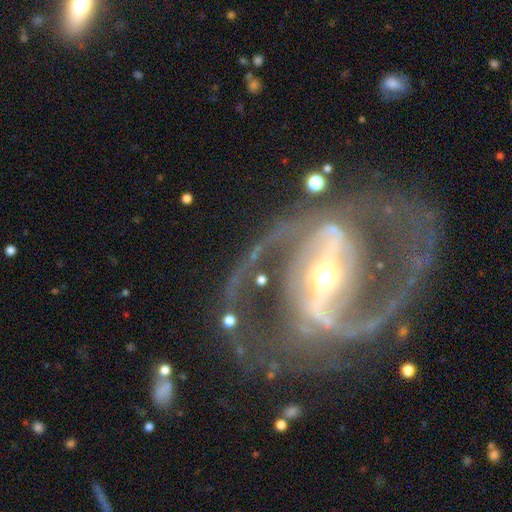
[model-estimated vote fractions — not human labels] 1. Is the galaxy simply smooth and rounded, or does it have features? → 93% featured or disk, 5% star or artifact, 2% smooth.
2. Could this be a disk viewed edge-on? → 97% no, 3% yes.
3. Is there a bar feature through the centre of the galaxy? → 74% strong, 19% weak, 6% no.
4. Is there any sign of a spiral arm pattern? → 98% yes, 2% no.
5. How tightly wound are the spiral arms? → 59% medium, 22% loose, 19% tight.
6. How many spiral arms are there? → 93% 2, 2% 3, 2% can't tell, 1% 1, 1% 4, 1% more than 4.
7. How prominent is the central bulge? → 51% moderate, 42% small, 5% large, 1% dominant, 1% none.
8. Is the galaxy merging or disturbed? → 72% none, 14% minor disturbance, 12% major disturbance, 3% merger.